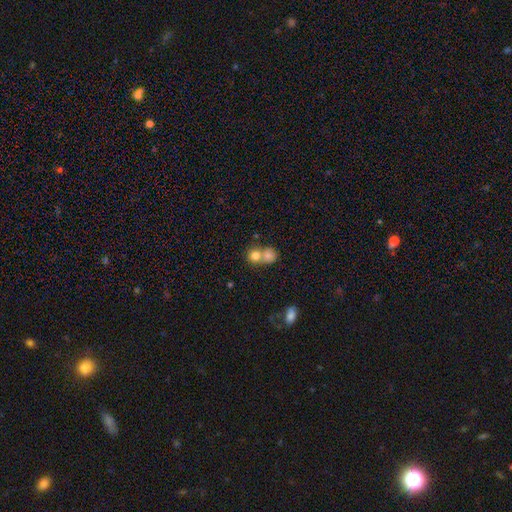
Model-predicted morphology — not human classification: Overall: smooth (77%). How rounded: round (84%). Merging: merger (54%; none 37%).